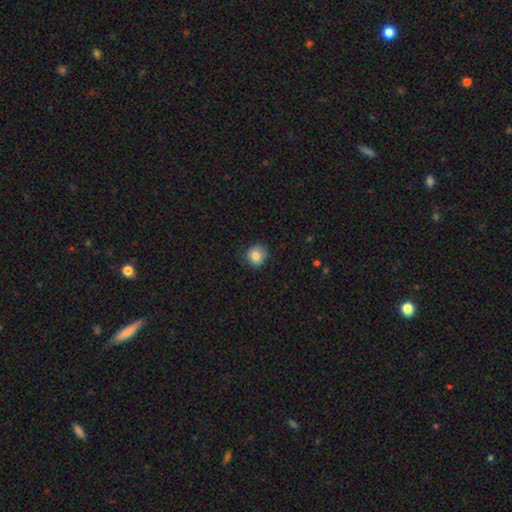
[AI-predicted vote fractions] smooth 83%, star or artifact 9%, featured or disk 8%. Down the decision tree: how rounded — round (88%); merging — none (83%).